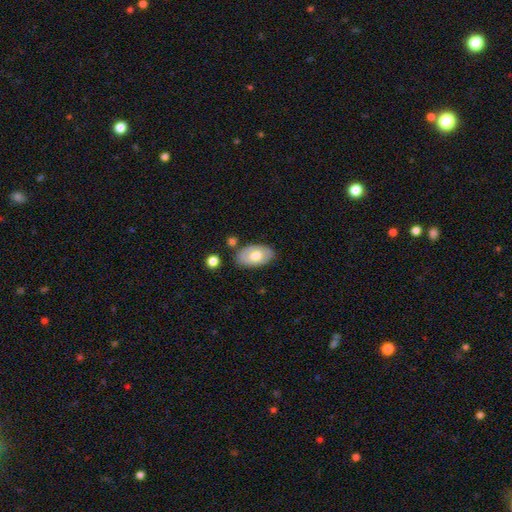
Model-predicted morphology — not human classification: Overall: smooth (65%; featured or disk 29%). How rounded: in between (94%). Merging: none (77%).